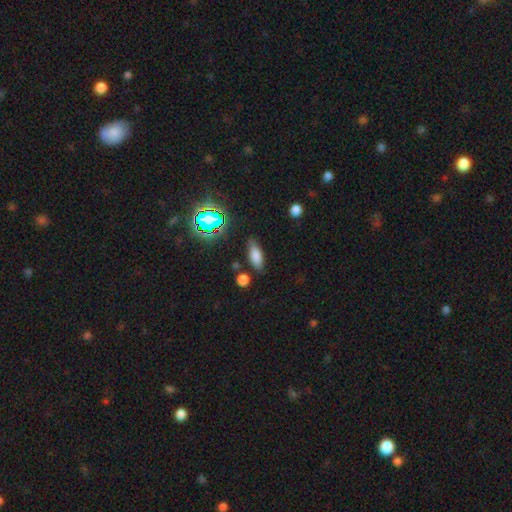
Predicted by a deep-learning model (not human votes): A smooth galaxy with no disk features (75%) that is in between round and cigar-shaped (74%). Merging: none (79%).